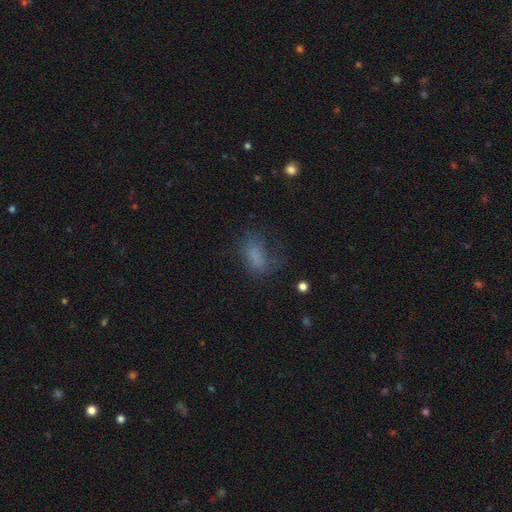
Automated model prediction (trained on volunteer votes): smooth 70%, star or artifact 15%, featured or disk 15%. Down the decision tree: how rounded — in between (83%); merging — none (47%).